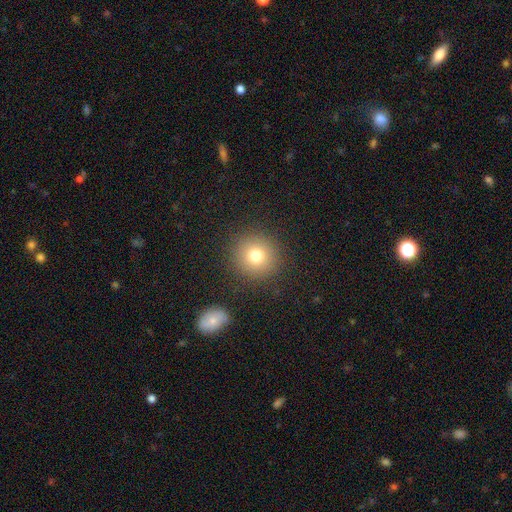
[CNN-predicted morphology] smooth-or-featured: smooth: 75% | star or artifact: 14% | featured or disk: 11%
  how-rounded: round: 94% | in between: 5% | cigar-shaped: 1%
  merging: none: 89% | minor disturbance: 6% | major disturbance: 3% | merger: 2%